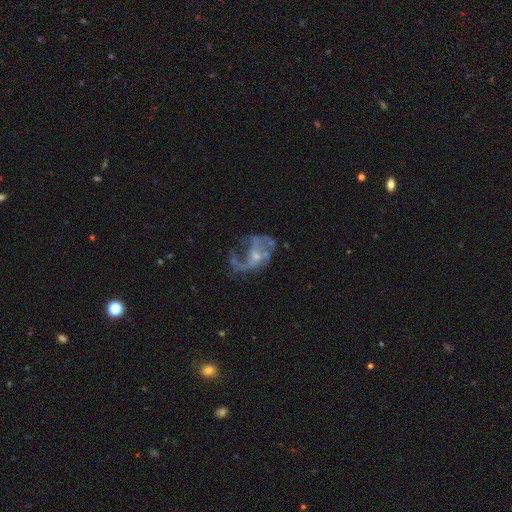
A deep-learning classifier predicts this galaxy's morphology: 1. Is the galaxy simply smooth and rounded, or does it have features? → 82% featured or disk, 9% star or artifact, 8% smooth.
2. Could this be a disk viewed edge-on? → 97% no, 3% yes.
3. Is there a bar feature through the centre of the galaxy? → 57% no, 35% weak, 8% strong.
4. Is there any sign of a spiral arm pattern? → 87% yes, 13% no.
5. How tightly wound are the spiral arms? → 52% loose, 37% medium, 11% tight.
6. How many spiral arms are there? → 60% 2, 13% can't tell, 11% 1, 10% 3, 3% 4, 3% more than 4.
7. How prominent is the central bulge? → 61% small, 27% moderate, 9% none, 2% large, 1% dominant.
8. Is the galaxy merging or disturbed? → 49% none, 27% major disturbance, 19% minor disturbance, 5% merger.